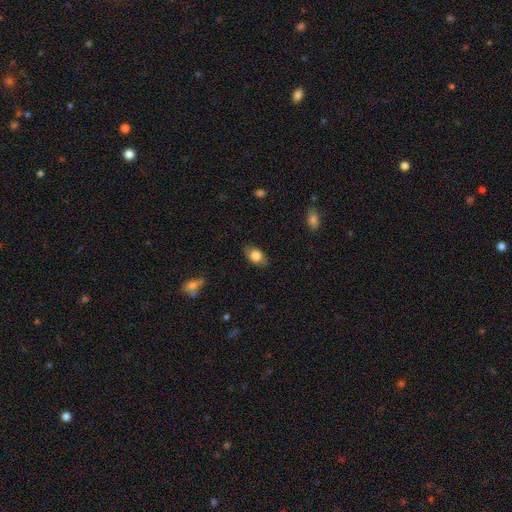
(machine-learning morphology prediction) A smooth galaxy with no disk features (81%) that is in between round and cigar-shaped (84%). Merging: none (84%).